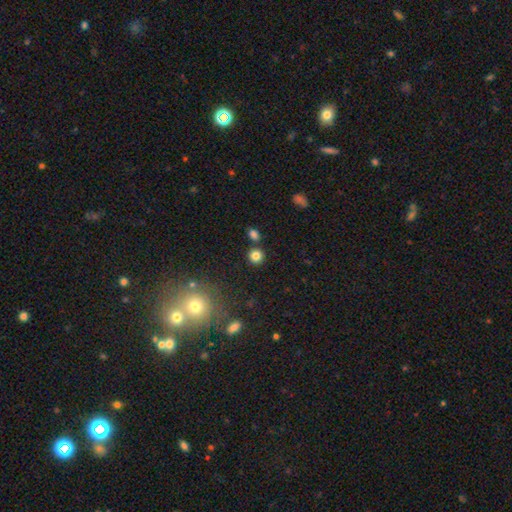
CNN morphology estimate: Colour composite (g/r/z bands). It shows a smooth galaxy with no disk features (82%) that is round (89%). Merging: none (80%).